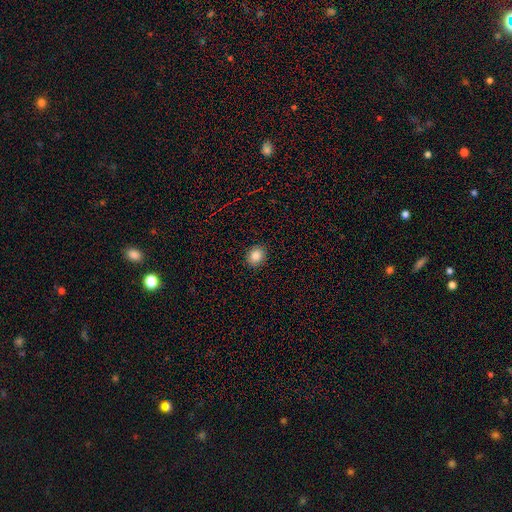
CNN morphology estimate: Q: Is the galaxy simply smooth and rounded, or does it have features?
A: smooth — 84%.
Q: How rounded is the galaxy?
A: round — 70%.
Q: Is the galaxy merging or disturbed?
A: none — 91%.